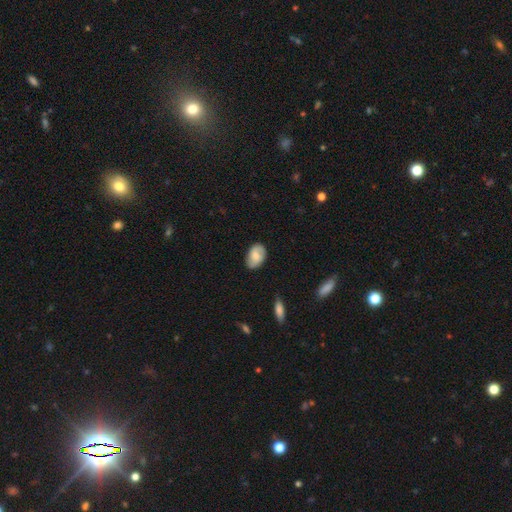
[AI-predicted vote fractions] Morphology: type=smooth (63%); roundness=in between (87%); merging=none (81%).